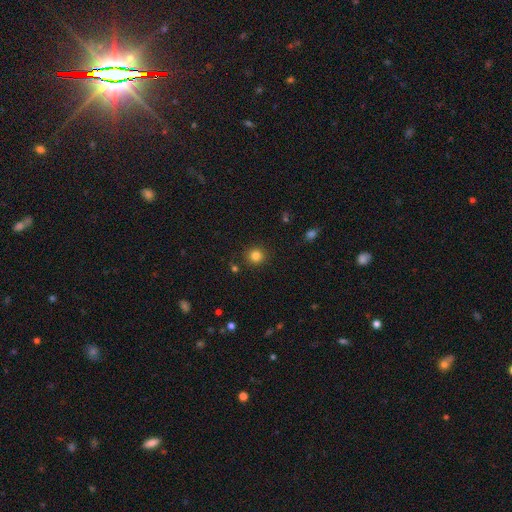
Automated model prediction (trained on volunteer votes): Smooth or featured?
  - smooth: 82% *
  - star or artifact: 13%
  - featured or disk: 5%
How rounded?
  - round: 93% *
  - in between: 6%
  - cigar-shaped: 1%
Merging?
  - none: 90% *
  - minor disturbance: 6%
  - major disturbance: 2%
  - merger: 2%